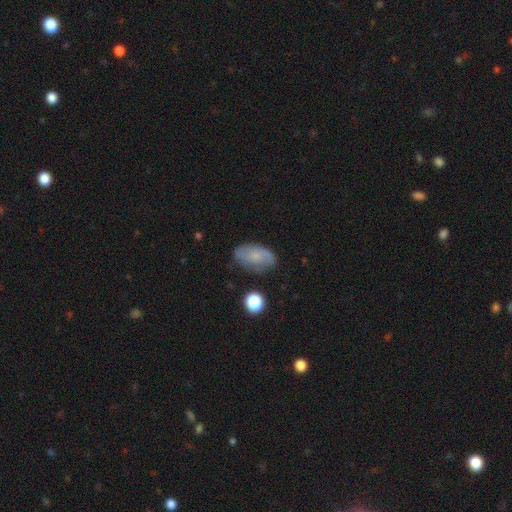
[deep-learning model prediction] smooth-or-featured: smooth: 54% | featured or disk: 37% | star or artifact: 10%
  how-rounded: in between: 89% | round: 8% | cigar-shaped: 3%
  merging: none: 68% | minor disturbance: 23% | major disturbance: 7% | merger: 3%